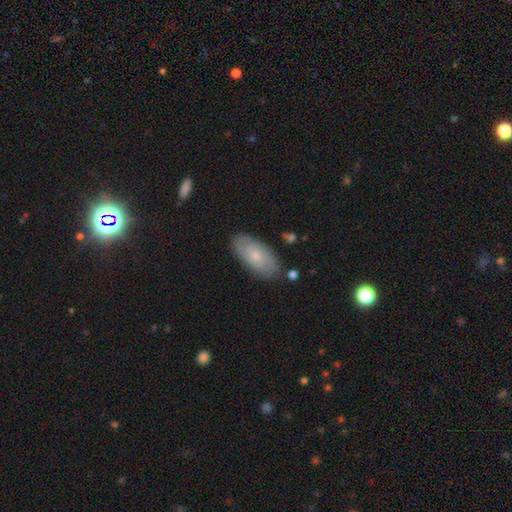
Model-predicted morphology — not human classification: This is possibly a smooth galaxy (56%). How rounded: clearly in between (91%). Merging: clearly none (82%).